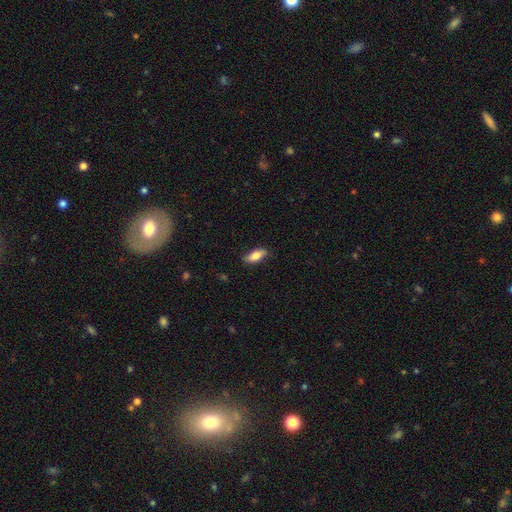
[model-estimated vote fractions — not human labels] smooth_or_featured: smooth (p=0.76) [alt: featured or disk p=0.18]
how_rounded: in between (p=0.79) [alt: cigar-shaped p=0.18]
merging: none (p=0.80) [alt: minor disturbance p=0.17]